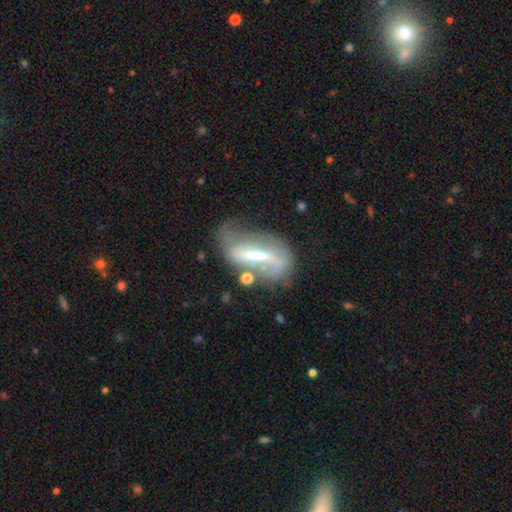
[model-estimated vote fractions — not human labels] Smooth or featured: featured or disk — 66% (smooth — 25%)
Edge-on disk: no — 86% (yes — 14%)
Bar: strong — 65% (weak — 22%)
Spiral arms: yes — 61% (no — 39%)
Bulge size: moderate — 37% (small — 34%)
Merging: none — 39% (major disturbance — 27%)